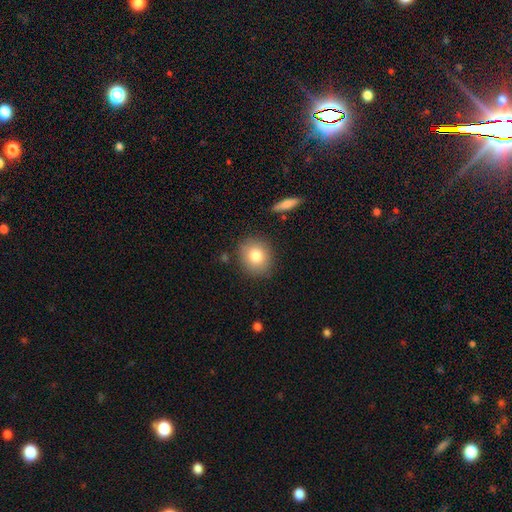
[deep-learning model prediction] Smooth or featured: smooth — 82% (featured or disk — 10%)
How rounded: round — 75% (in between — 24%)
Merging: none — 84% (minor disturbance — 10%)